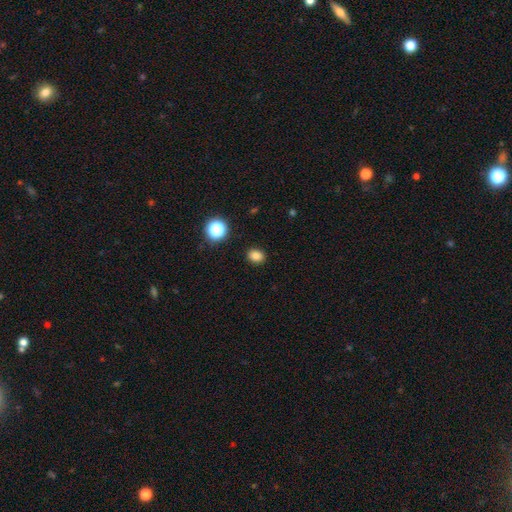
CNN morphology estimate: smooth 82%, star or artifact 14%, featured or disk 5%. Down the decision tree: how rounded — round (51%); merging — none (90%).